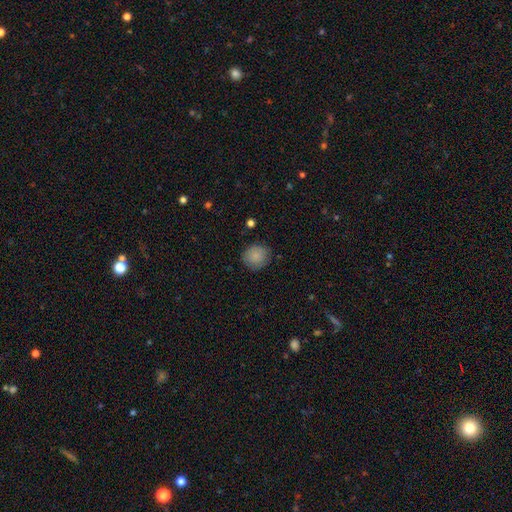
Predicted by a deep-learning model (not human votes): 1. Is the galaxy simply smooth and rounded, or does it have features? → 86% smooth, 8% star or artifact, 6% featured or disk.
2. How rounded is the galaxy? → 85% round, 14% in between, 1% cigar-shaped.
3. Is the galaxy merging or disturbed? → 83% none, 13% minor disturbance, 3% major disturbance, 1% merger.